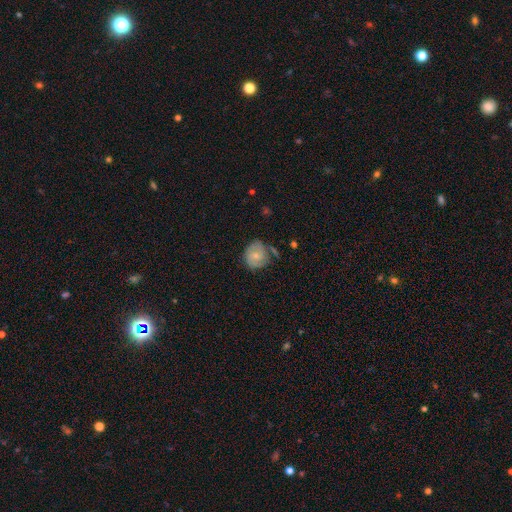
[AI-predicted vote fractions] Smooth or featured? featured or disk (57%)
Edge-on disk? no (97%)
Bar? no (48%)
Spiral arms? yes (86%)
Bulge size? small (48%)
Merging? none (64%)